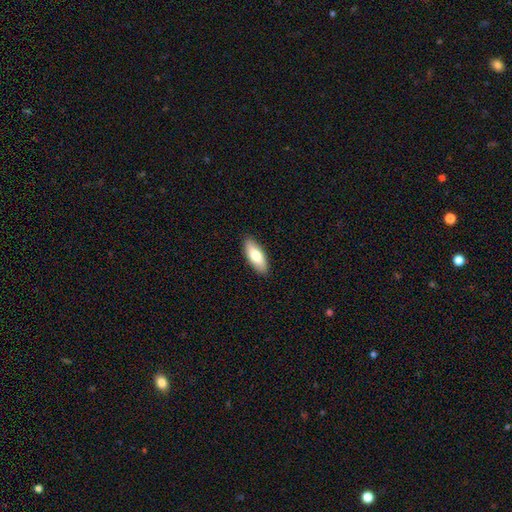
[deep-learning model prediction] Smooth or featured? smooth (75%)
How rounded? in between (76%)
Merging? none (90%)